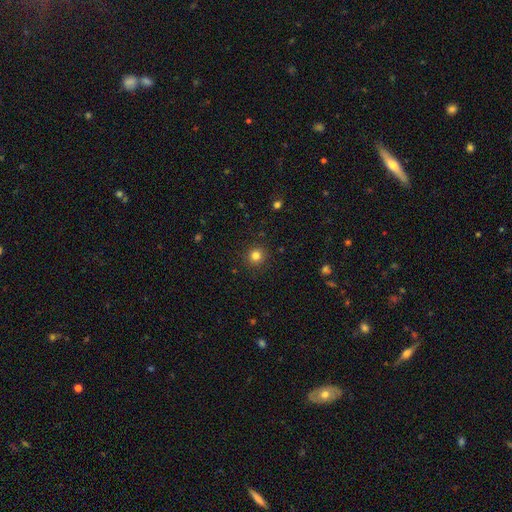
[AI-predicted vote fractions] smooth 82%, star or artifact 13%, featured or disk 5%. Down the decision tree: how rounded — round (94%); merging — none (91%).